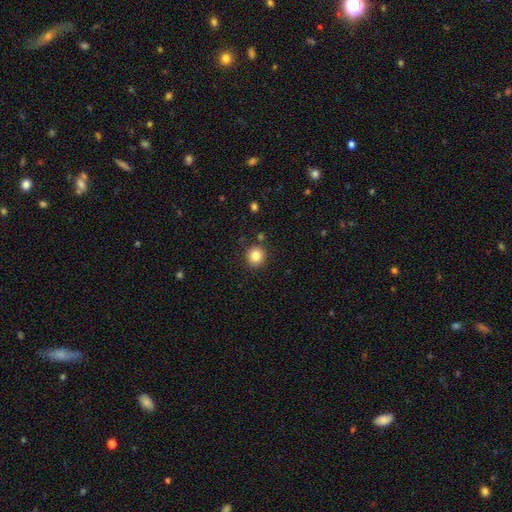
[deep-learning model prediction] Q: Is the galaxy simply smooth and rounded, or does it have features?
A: smooth — 84%.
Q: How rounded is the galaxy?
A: round — 91%.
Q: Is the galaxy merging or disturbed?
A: none — 88%.